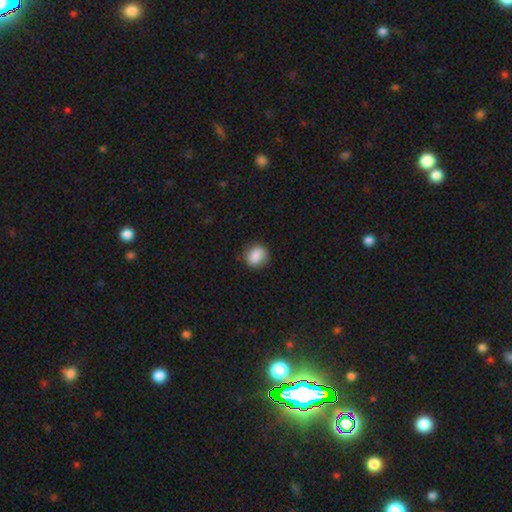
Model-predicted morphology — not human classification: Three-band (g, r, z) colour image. It shows a smooth galaxy with no disk features (84%) that is round (64%). Merging: none (82%).